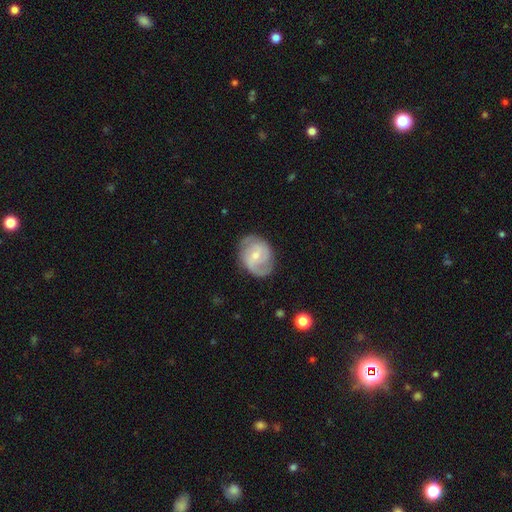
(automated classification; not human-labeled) smooth_or_featured: featured or disk (p=0.75) [alt: smooth p=0.20]
disk_edge_on: no (p=0.98) [alt: yes p=0.02]
bar: weak (p=0.50) [alt: no p=0.38]
has_spiral_arms: yes (p=0.92) [alt: no p=0.08]
spiral_winding: medium (p=0.47) [alt: tight p=0.36]
spiral_arm_count: 2 (p=0.72) [alt: can't tell p=0.13]
bulge_size: small (p=0.58) [alt: moderate p=0.37]
merging: none (p=0.75) [alt: minor disturbance p=0.18]